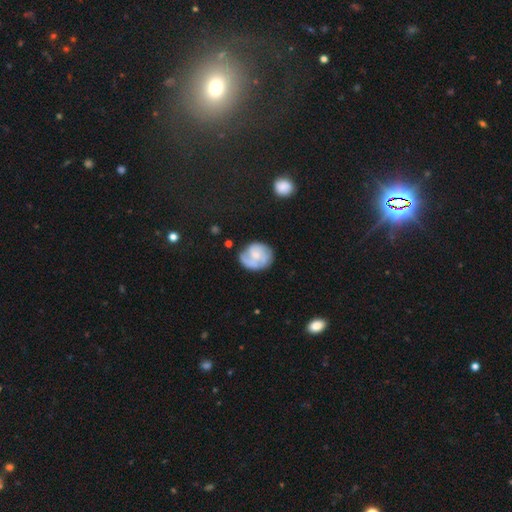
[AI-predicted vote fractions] Morphology: type=featured or disk (59%); edge-on=no (98%); bar=no (67%); spiral arms=yes (81%); bulge=small (52%); merging=none (58%).